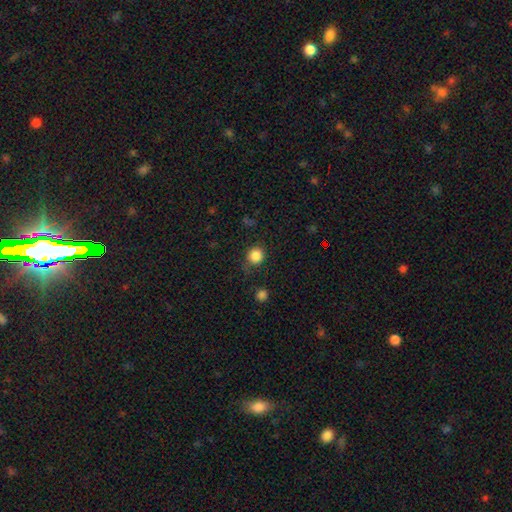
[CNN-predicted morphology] Smooth or featured?
  - smooth: 84% *
  - star or artifact: 12%
  - featured or disk: 4%
How rounded?
  - round: 89% *
  - in between: 10%
  - cigar-shaped: 1%
Merging?
  - none: 79% *
  - minor disturbance: 14%
  - major disturbance: 5%
  - merger: 2%